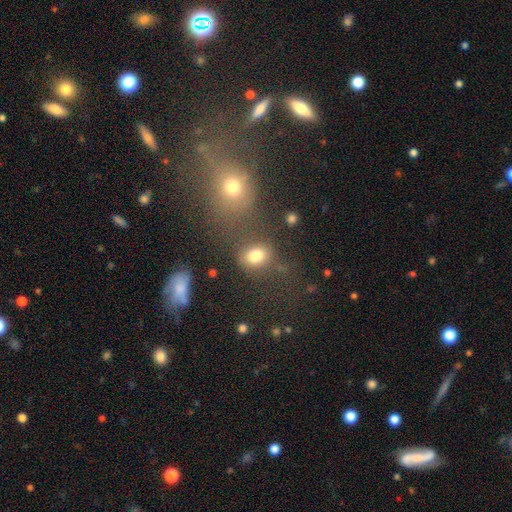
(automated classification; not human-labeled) Smooth or featured? smooth (78%)
How rounded? round (56%)
Merging? none (63%)